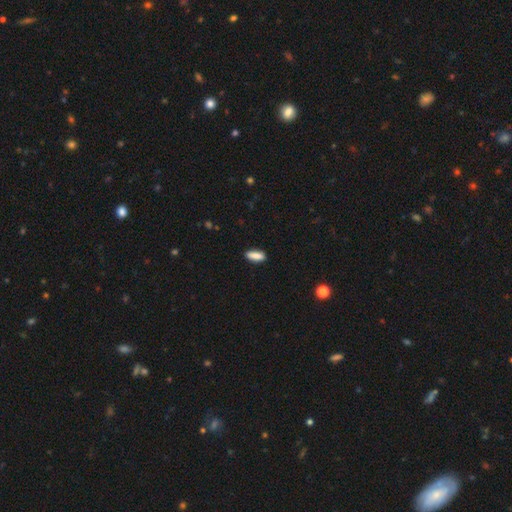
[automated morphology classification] type=smooth (87%); roundness=in between (63%); merging=none (87%).